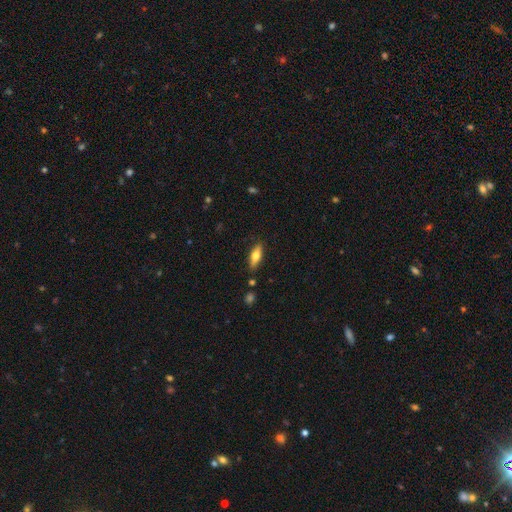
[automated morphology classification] smooth-or-featured: smooth: 65% | featured or disk: 28% | star or artifact: 6%
  how-rounded: in between: 55% | cigar-shaped: 42% | round: 2%
  merging: none: 84% | minor disturbance: 11% | merger: 2% | major disturbance: 2%